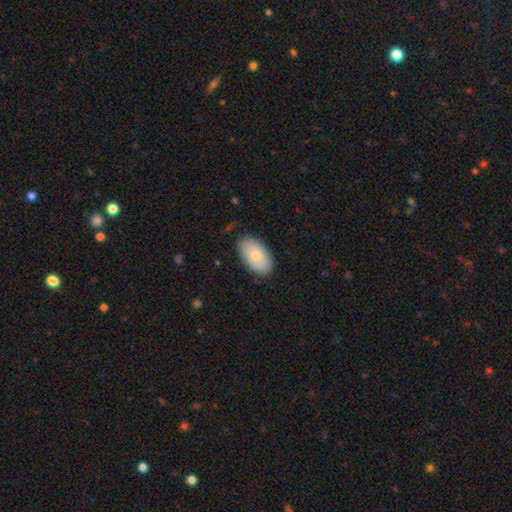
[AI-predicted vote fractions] smooth-or-featured: smooth: 76% | featured or disk: 18% | star or artifact: 6%
  how-rounded: in between: 95% | round: 4% | cigar-shaped: 1%
  merging: none: 82% | minor disturbance: 14% | major disturbance: 3% | merger: 1%